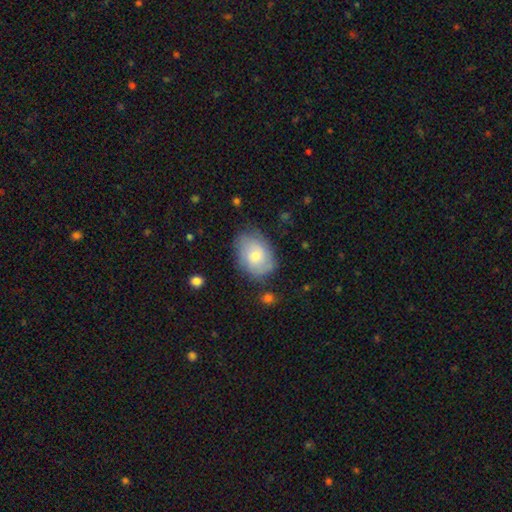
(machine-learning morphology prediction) smooth_or_featured: smooth (p=0.63) [alt: featured or disk p=0.30]
how_rounded: in between (p=0.76) [alt: round p=0.22]
merging: none (p=0.72) [alt: minor disturbance p=0.21]